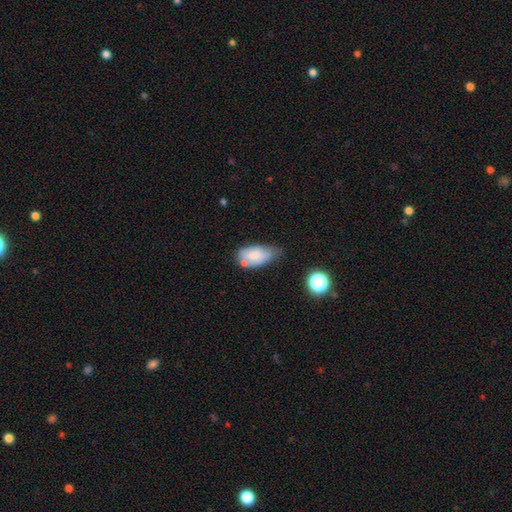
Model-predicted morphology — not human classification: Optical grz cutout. It shows a smooth galaxy with no disk features (72%) that is in between round and cigar-shaped (91%). Merging: minor disturbance (42%).